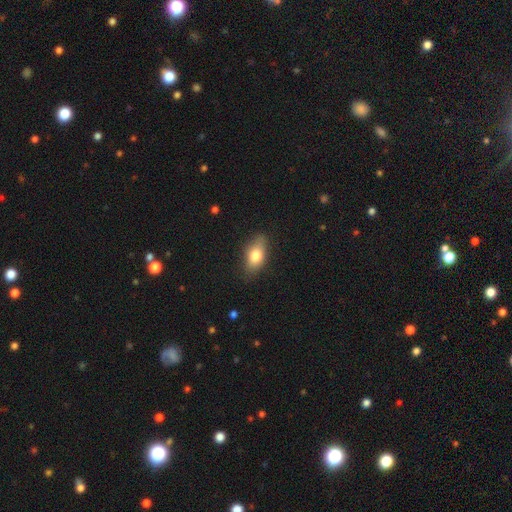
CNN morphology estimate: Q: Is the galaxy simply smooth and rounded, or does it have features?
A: smooth — 77%.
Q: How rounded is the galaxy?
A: in between — 86%.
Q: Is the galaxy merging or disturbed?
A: none — 80%.